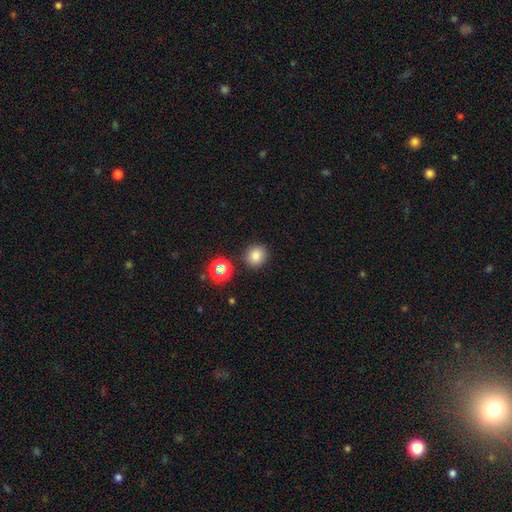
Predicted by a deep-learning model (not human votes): Q: Smooth or featured?
A: smooth (81%); runner-up: star or artifact (14%)
Q: How rounded?
A: round (88%); runner-up: in between (11%)
Q: Merging?
A: none (87%); runner-up: minor disturbance (7%)